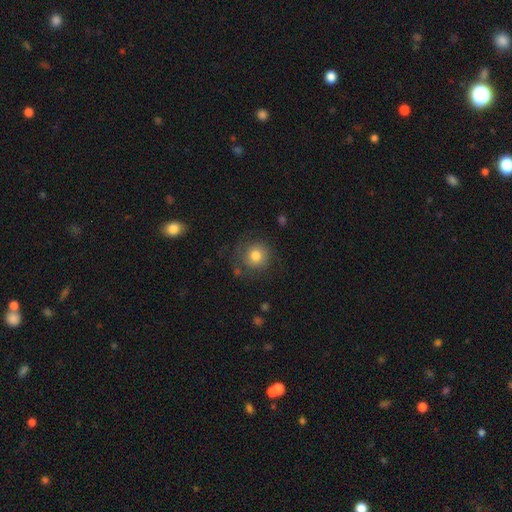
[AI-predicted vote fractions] This appears to be a smooth galaxy with no disk features (77%) that is round (91%). Merging: none (73%).